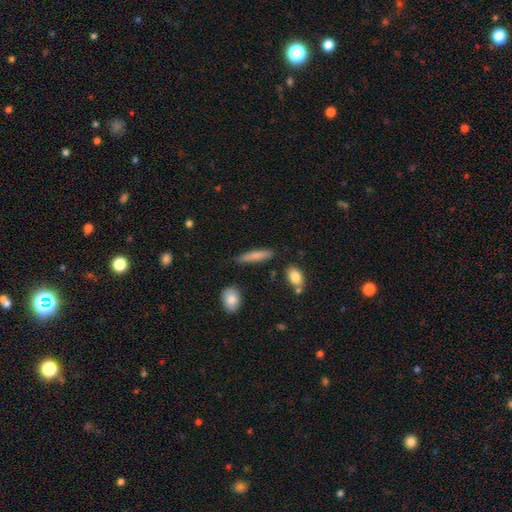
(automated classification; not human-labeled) The model was most divided on "smooth or featured": smooth: 77%, featured or disk: 16%, star or artifact: 7%. More confident: how rounded — cigar-shaped (84%); merging — none (81%).